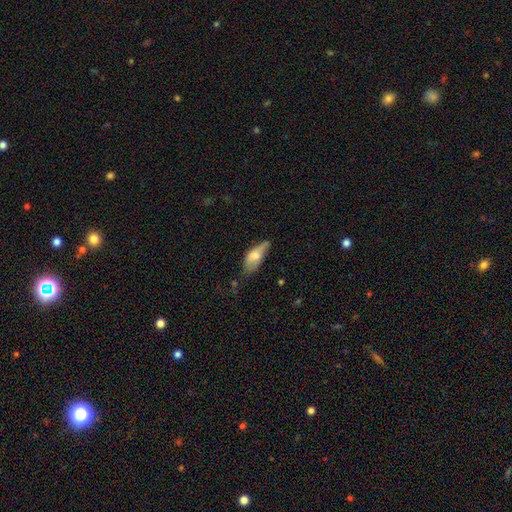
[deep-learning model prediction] Smooth or featured? smooth (66%)
How rounded? in between (76%)
Merging? none (43%)